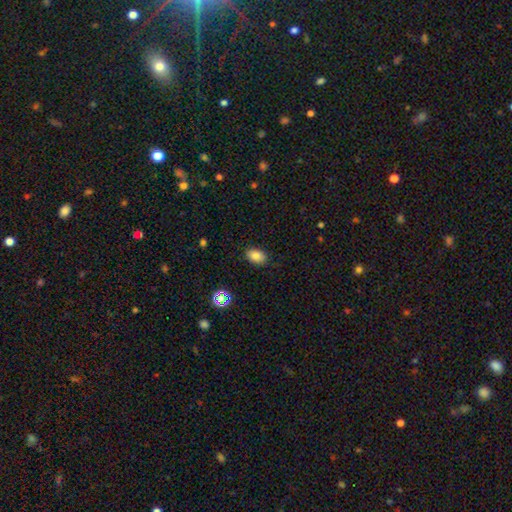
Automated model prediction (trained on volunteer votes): smooth-or-featured: smooth: 82% | star or artifact: 11% | featured or disk: 7%
  how-rounded: in between: 83% | round: 16% | cigar-shaped: 1%
  merging: none: 86% | minor disturbance: 11% | major disturbance: 2% | merger: 1%